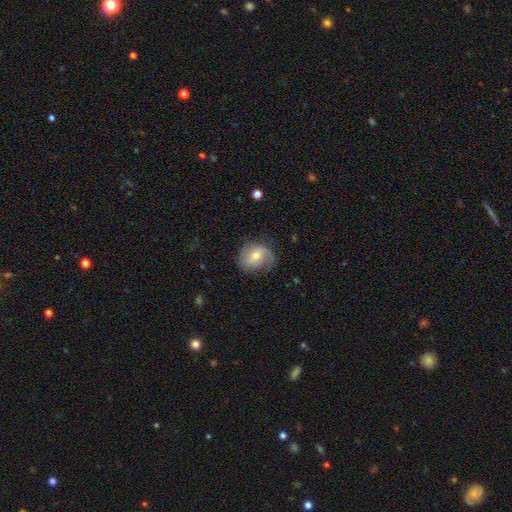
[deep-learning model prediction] The model was most divided on "smooth or featured": featured or disk: 48%, smooth: 44%, star or artifact: 8%. More confident: merging — none (62%).